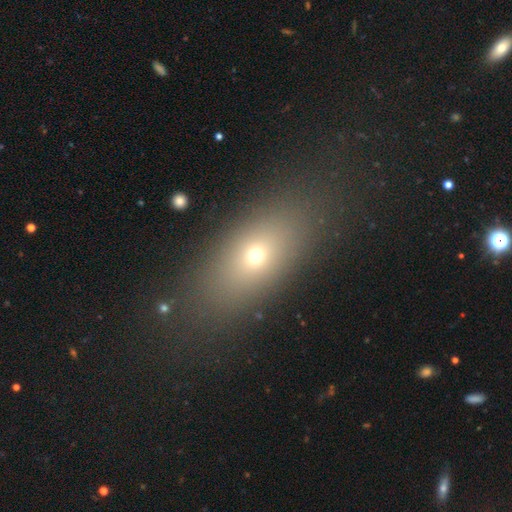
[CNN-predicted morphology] The model was most divided on "smooth or featured": smooth: 65%, featured or disk: 19%, star or artifact: 16%. More confident: merging — none (82%); how rounded — in between (72%).